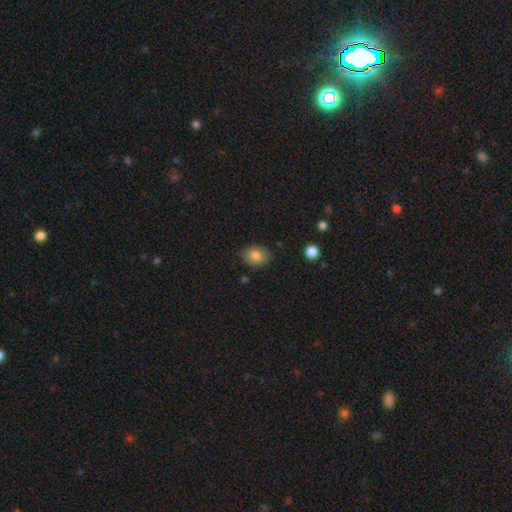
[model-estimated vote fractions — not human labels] A smooth galaxy with no disk features (82%) that is in between round and cigar-shaped (67%).

Vote fractions:
- Smooth or featured? smooth: 82% / featured or disk: 10% / star or artifact: 8%
- How rounded? in between: 67% / round: 32% / cigar-shaped: 1%
- Merging? none: 78% / minor disturbance: 17% / major disturbance: 3% / merger: 2%